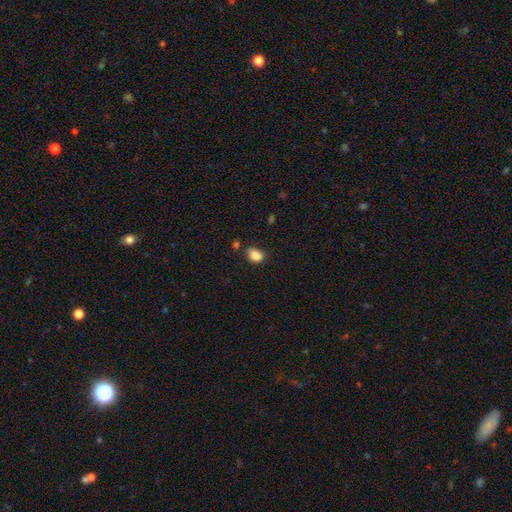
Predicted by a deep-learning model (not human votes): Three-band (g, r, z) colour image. It shows a smooth galaxy with no disk features (86%) that is in between round and cigar-shaped (73%). Merging: none (62%).